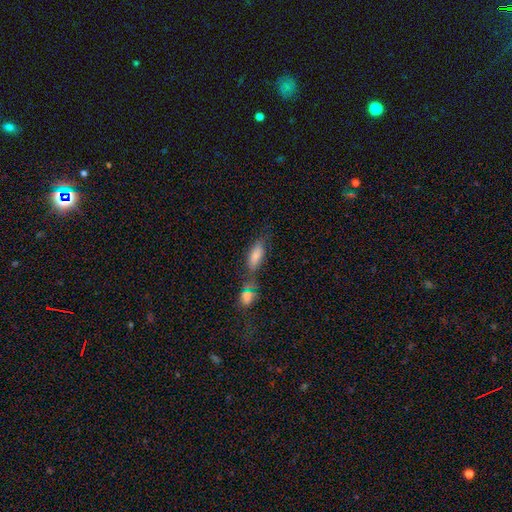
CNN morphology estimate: Smooth or featured? smooth (78%)
How rounded? in between (74%)
Merging? none (49%)